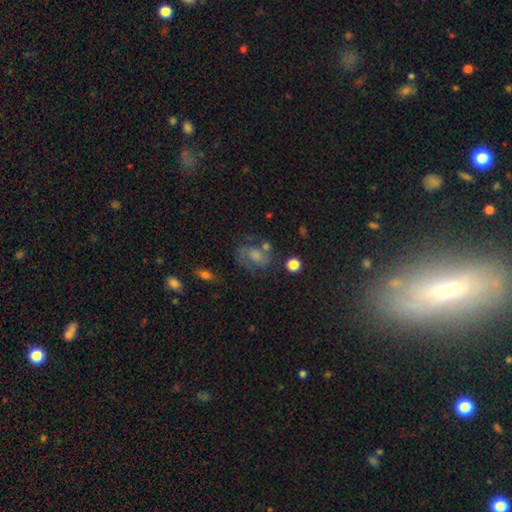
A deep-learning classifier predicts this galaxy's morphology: Q: Smooth or featured?
A: featured or disk (43%); runner-up: smooth (42%)
Q: Merging?
A: none (50%); runner-up: minor disturbance (23%)